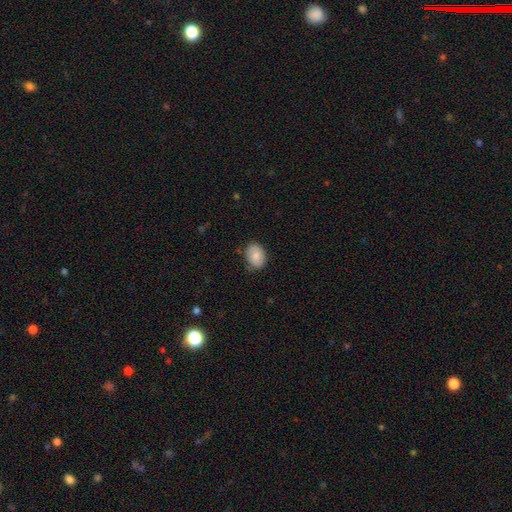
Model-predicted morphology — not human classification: Smooth or featured?
  - smooth: 80% *
  - featured or disk: 13%
  - star or artifact: 7%
How rounded?
  - in between: 73% *
  - round: 26%
  - cigar-shaped: 1%
Merging?
  - none: 77% *
  - minor disturbance: 19%
  - major disturbance: 3%
  - merger: 1%